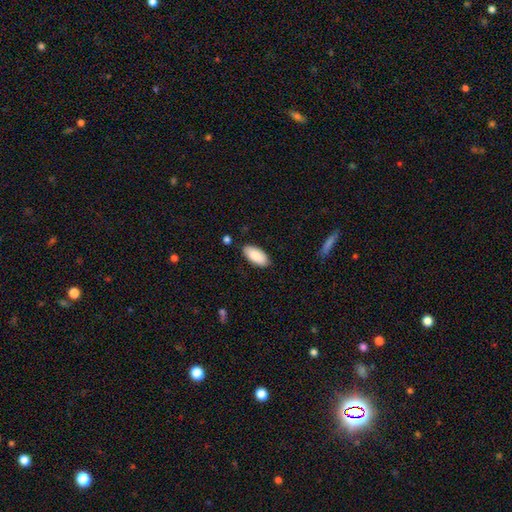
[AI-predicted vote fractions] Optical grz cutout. It shows a smooth galaxy with no disk features (87%) that is in between round and cigar-shaped (92%). Merging: none (85%).